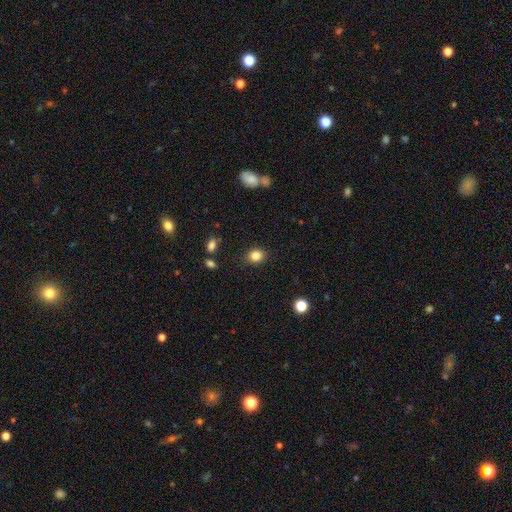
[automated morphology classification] Q: Smooth or featured?
A: smooth (84%); runner-up: star or artifact (11%)
Q: How rounded?
A: round (60%); runner-up: in between (39%)
Q: Merging?
A: none (87%); runner-up: minor disturbance (9%)